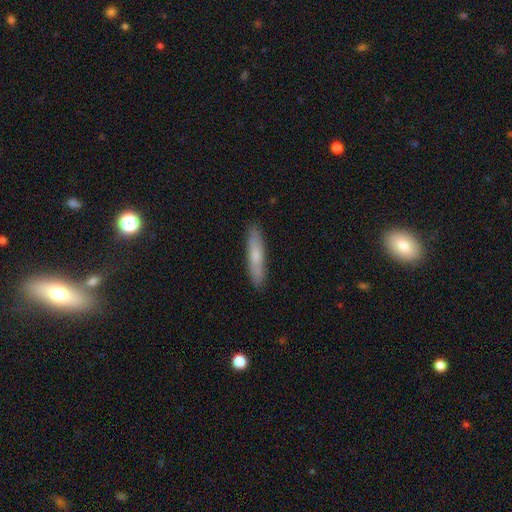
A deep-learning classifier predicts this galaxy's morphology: Q: Smooth or featured?
A: smooth (68%); runner-up: featured or disk (26%)
Q: How rounded?
A: cigar-shaped (86%); runner-up: in between (12%)
Q: Merging?
A: none (88%); runner-up: minor disturbance (9%)